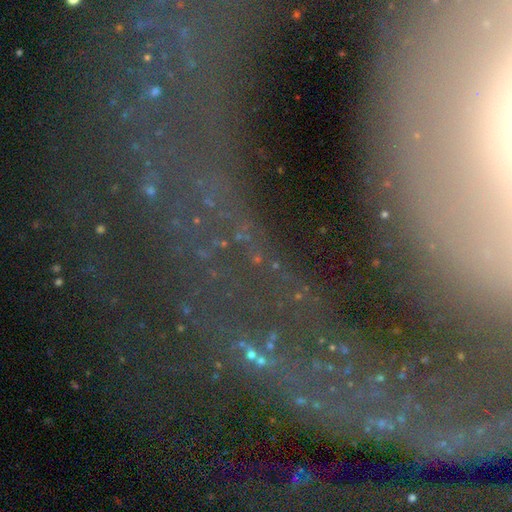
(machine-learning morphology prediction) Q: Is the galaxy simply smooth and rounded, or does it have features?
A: star or artifact — 60%.